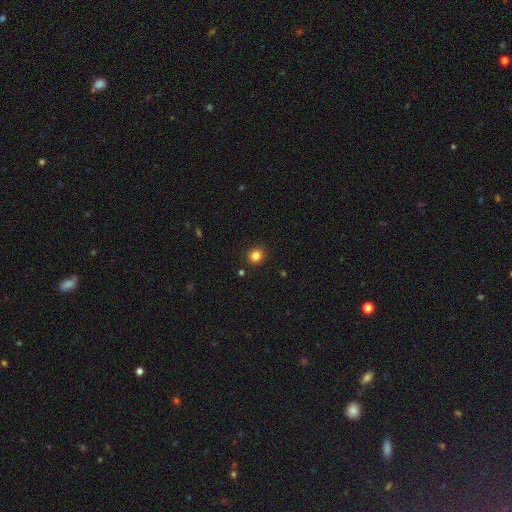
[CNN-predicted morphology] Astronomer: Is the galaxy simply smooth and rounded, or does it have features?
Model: smooth — 83%.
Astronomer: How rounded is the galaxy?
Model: round — 83%.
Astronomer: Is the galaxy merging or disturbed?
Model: none — 90%.